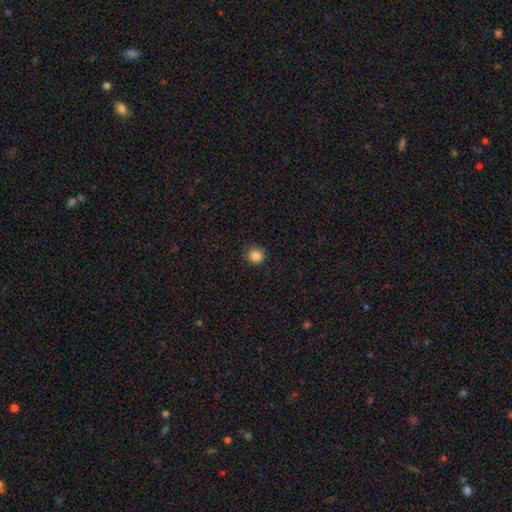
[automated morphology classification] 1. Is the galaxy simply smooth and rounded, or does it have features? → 86% smooth, 11% star or artifact, 3% featured or disk.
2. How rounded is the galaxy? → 91% round, 8% in between, 1% cigar-shaped.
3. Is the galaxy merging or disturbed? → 85% none, 11% minor disturbance, 3% major disturbance, 1% merger.